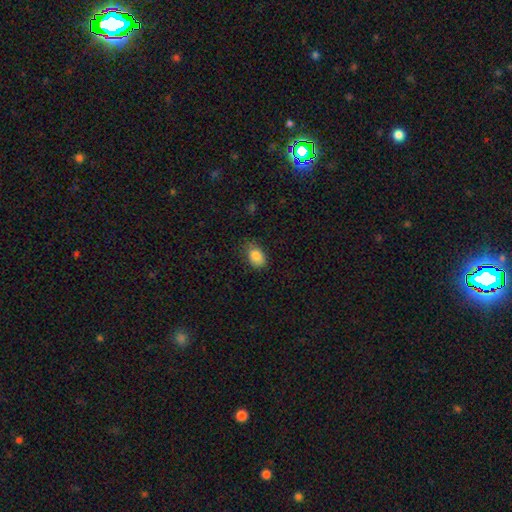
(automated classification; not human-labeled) Q: Smooth or featured?
A: smooth (85%); runner-up: star or artifact (9%)
Q: How rounded?
A: in between (82%); runner-up: round (17%)
Q: Merging?
A: none (70%); runner-up: minor disturbance (24%)